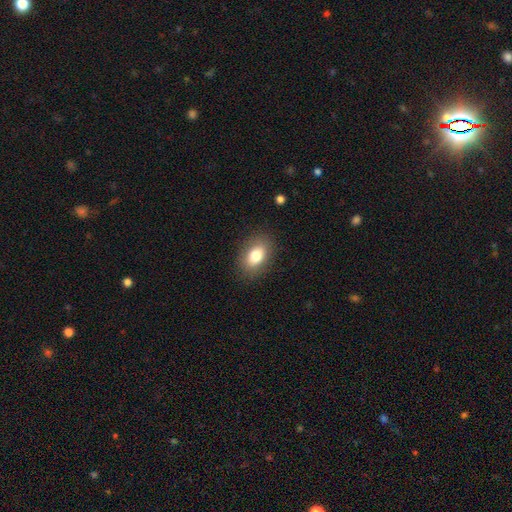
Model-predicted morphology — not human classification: Smooth or featured?
  - smooth: 80% *
  - featured or disk: 12%
  - star or artifact: 8%
How rounded?
  - in between: 85% *
  - round: 14%
  - cigar-shaped: 2%
Merging?
  - none: 86% *
  - minor disturbance: 10%
  - major disturbance: 3%
  - merger: 1%